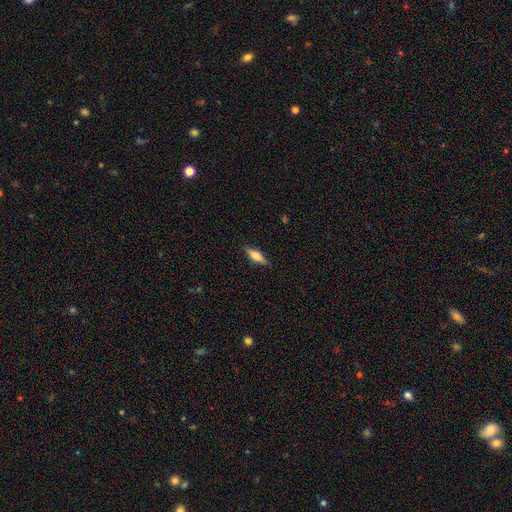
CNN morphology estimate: Smooth or featured: smooth — 51% (featured or disk — 42%)
How rounded: cigar-shaped — 51% (in between — 46%)
Merging: none — 87% (minor disturbance — 10%)